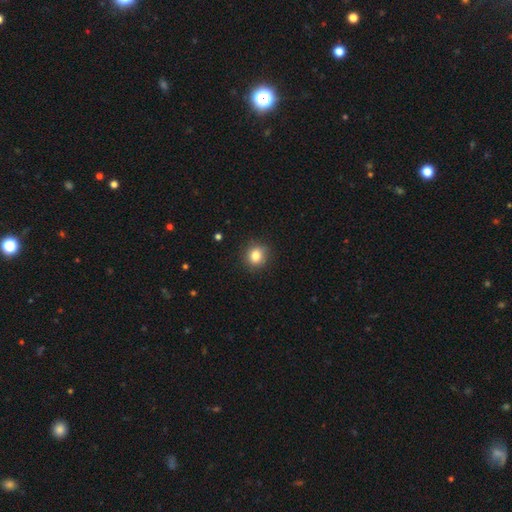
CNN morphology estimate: smooth-or-featured: smooth: 83% | star or artifact: 11% | featured or disk: 6%
  how-rounded: round: 84% | in between: 15% | cigar-shaped: 1%
  merging: none: 89% | minor disturbance: 8% | major disturbance: 2% | merger: 1%